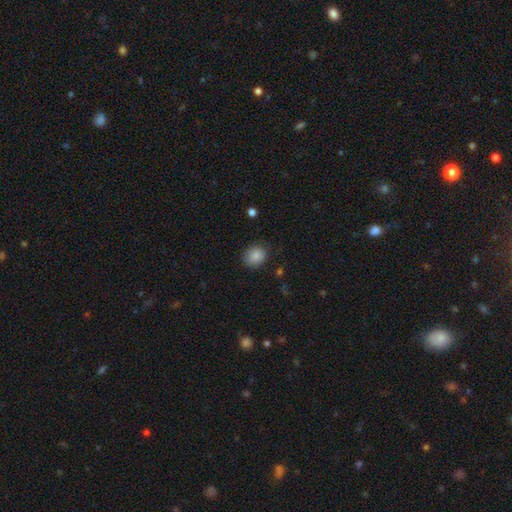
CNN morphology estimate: Smooth or featured? Predicted: smooth (p=0.87). How rounded? Predicted: round (p=0.67). Merging? Predicted: none (p=0.79).